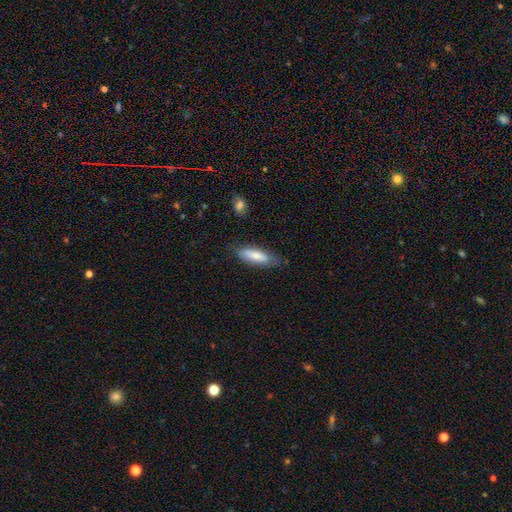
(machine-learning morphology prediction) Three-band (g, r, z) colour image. It shows a smooth galaxy with no disk features (75%) that is cigar-shaped (51%). Merging: none (71%).